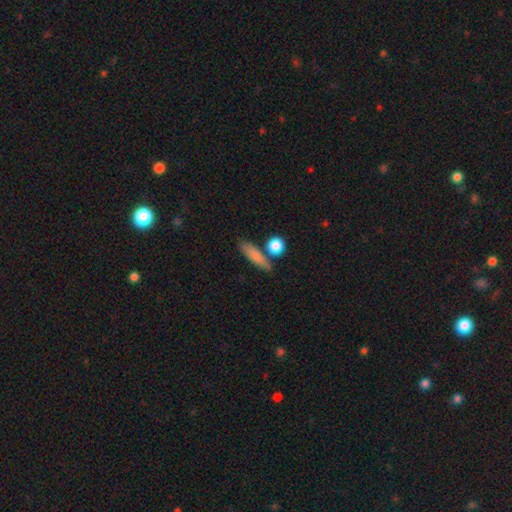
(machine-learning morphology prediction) The model was most divided on "how rounded": cigar-shaped: 62%, in between: 29%, round: 9%. More confident: smooth or featured — smooth (78%); merging — none (72%).